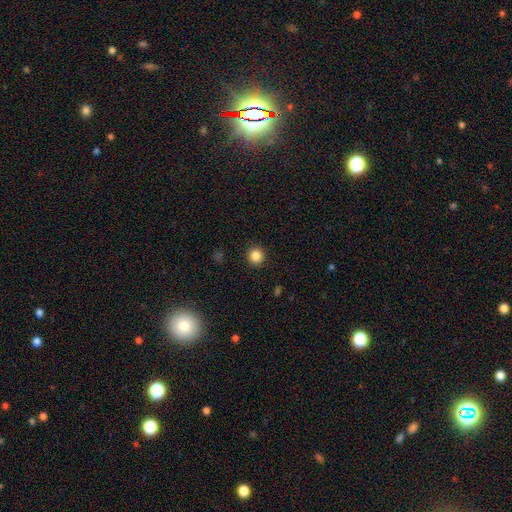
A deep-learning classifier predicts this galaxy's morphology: type=smooth (85%); roundness=round (94%); merging=none (92%).